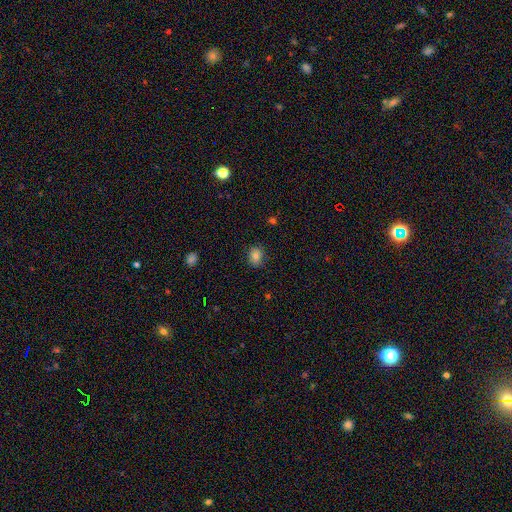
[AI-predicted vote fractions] Smooth or featured? Predicted: smooth (p=0.79). How rounded? Predicted: round (p=0.54). Merging? Predicted: none (p=0.83).